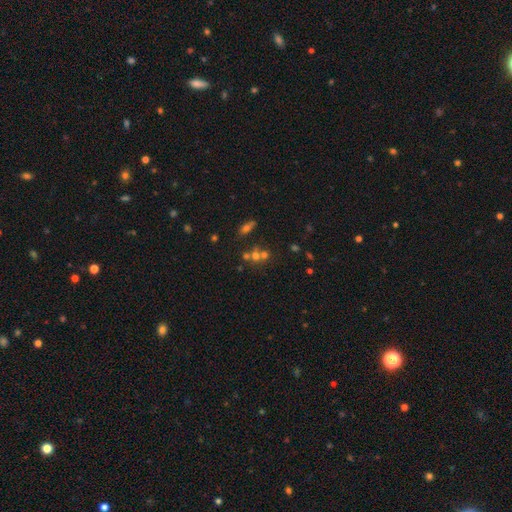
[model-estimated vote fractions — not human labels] A smooth galaxy with no disk features (53%) that is round (76%). Merging: merger (46%).